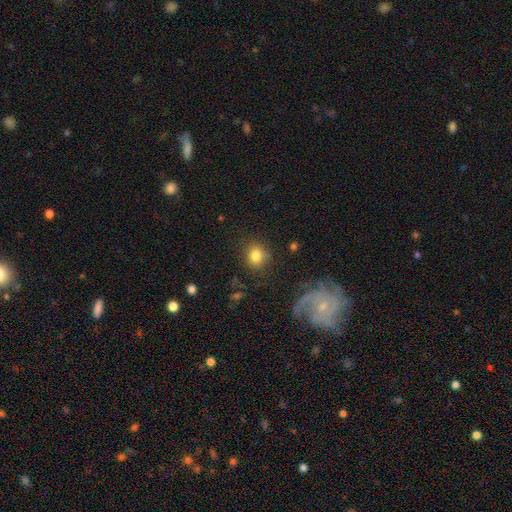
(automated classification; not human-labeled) smooth-or-featured: smooth: 79% | star or artifact: 11% | featured or disk: 10%
  how-rounded: round: 72% | in between: 27% | cigar-shaped: 1%
  merging: none: 80% | minor disturbance: 13% | major disturbance: 5% | merger: 3%